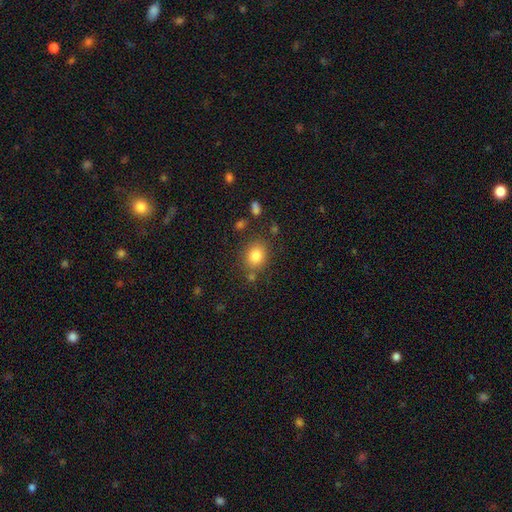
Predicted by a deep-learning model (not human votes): A smooth galaxy with no disk features (82%) that is round (60%). Merging: none (78%).